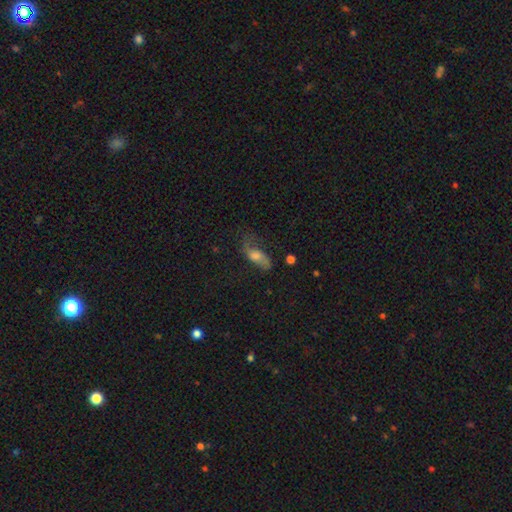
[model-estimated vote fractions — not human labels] This is possibly a featured or disk galaxy (47%). Merging: possibly none (49%).